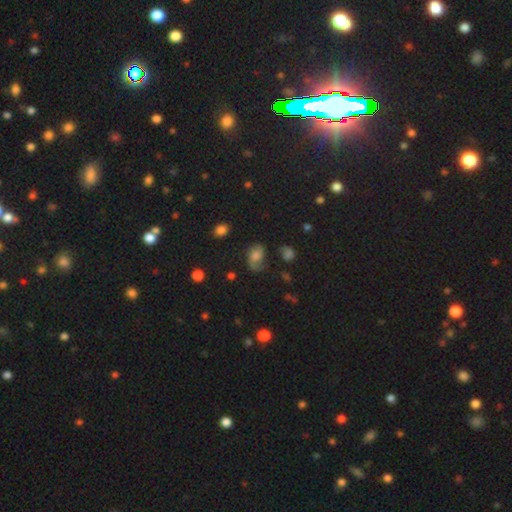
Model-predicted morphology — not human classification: Q: Smooth or featured?
A: smooth (54%); runner-up: featured or disk (31%)
Q: How rounded?
A: in between (77%); runner-up: round (22%)
Q: Merging?
A: none (45%); runner-up: minor disturbance (29%)